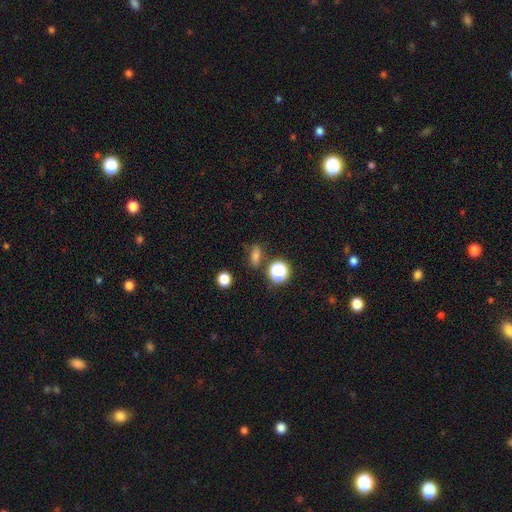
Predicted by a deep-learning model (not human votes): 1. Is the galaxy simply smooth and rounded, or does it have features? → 63% smooth, 24% star or artifact, 12% featured or disk.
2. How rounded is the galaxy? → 61% in between, 28% round, 11% cigar-shaped.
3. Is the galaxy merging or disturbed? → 75% none, 15% minor disturbance, 5% merger, 5% major disturbance.